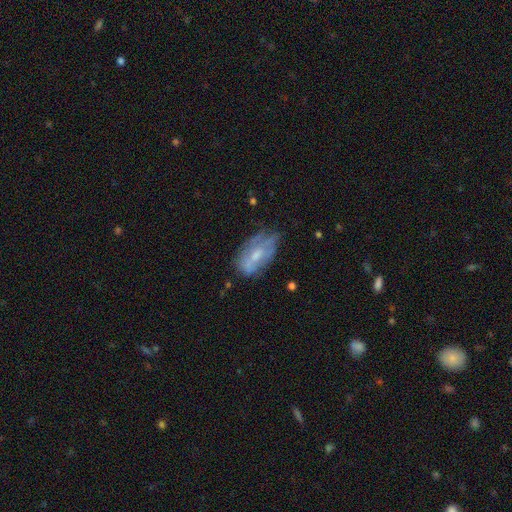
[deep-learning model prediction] smooth-or-featured: featured or disk: 51% | smooth: 40% | star or artifact: 8%
  disk-edge-on: no: 92% | yes: 8%
  merging: none: 48% | minor disturbance: 33% | major disturbance: 16% | merger: 3%